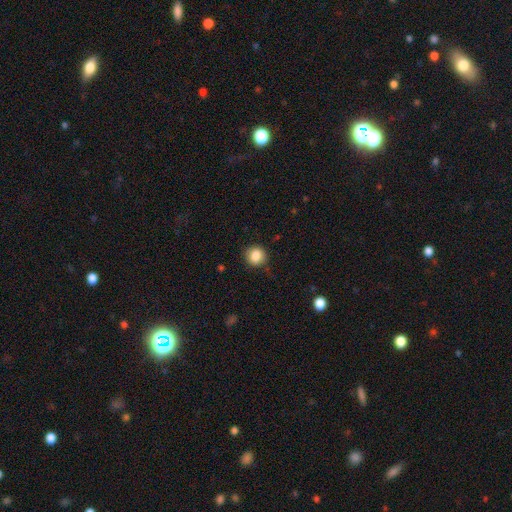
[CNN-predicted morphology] type=smooth (85%); roundness=round (89%); merging=none (80%).